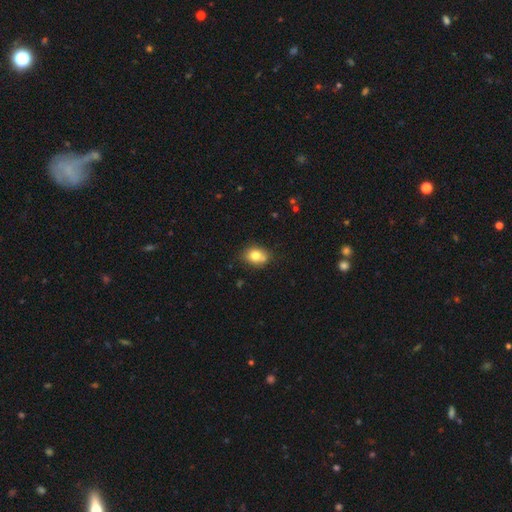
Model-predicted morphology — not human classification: A smooth galaxy with no disk features (78%) that is in between round and cigar-shaped (61%). Merging: none (67%).